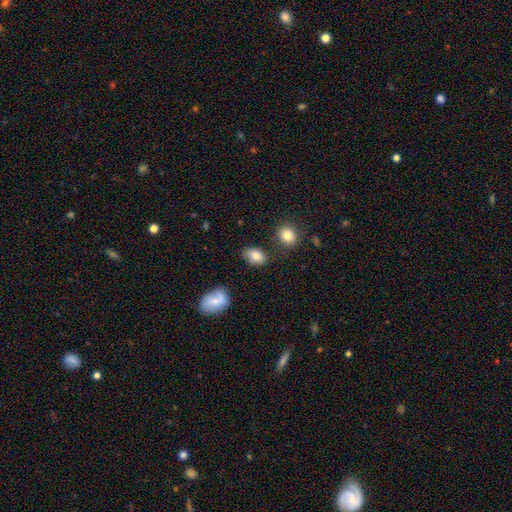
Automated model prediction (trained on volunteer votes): The model was most divided on "merging": none: 73%, minor disturbance: 17%, merger: 5%, major disturbance: 4%. More confident: how rounded — in between (85%); smooth or featured — smooth (83%).